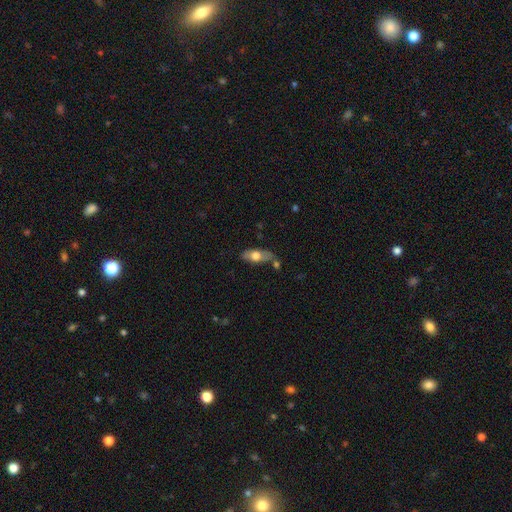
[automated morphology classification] type=smooth (60%); roundness=in between (77%); merging=none (58%).